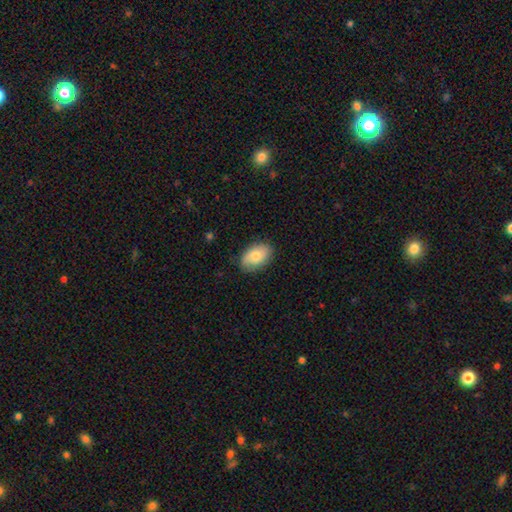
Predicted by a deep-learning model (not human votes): smooth_or_featured: smooth (p=0.75) [alt: featured or disk p=0.19]
how_rounded: in between (p=0.90) [alt: round p=0.09]
merging: none (p=0.81) [alt: minor disturbance p=0.15]